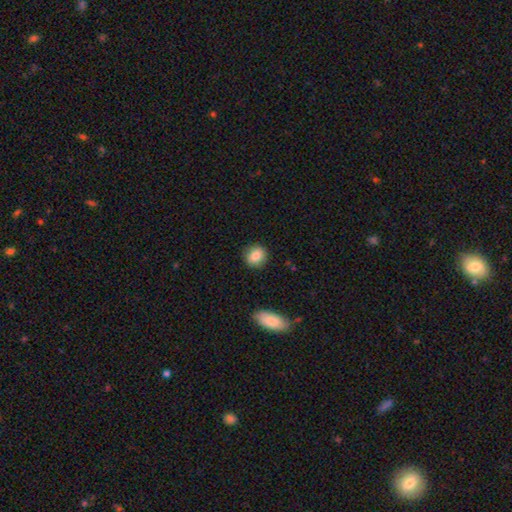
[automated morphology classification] This is clearly a smooth galaxy (84%). How rounded: likely round (78%). Merging: clearly none (88%).